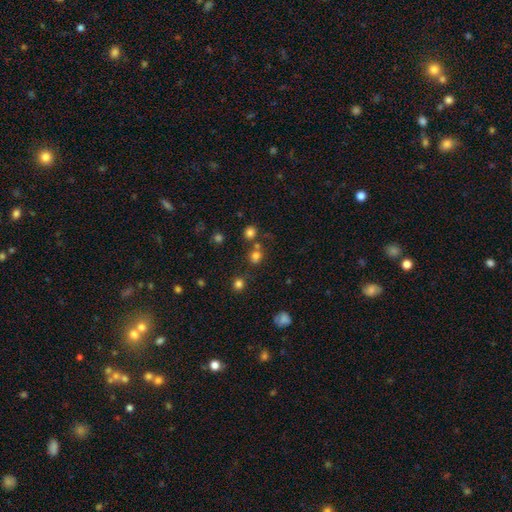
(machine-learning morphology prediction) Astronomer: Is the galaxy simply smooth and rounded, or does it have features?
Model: smooth — 71%.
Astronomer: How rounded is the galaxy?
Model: round — 80%.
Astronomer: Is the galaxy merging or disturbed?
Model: none — 62%.